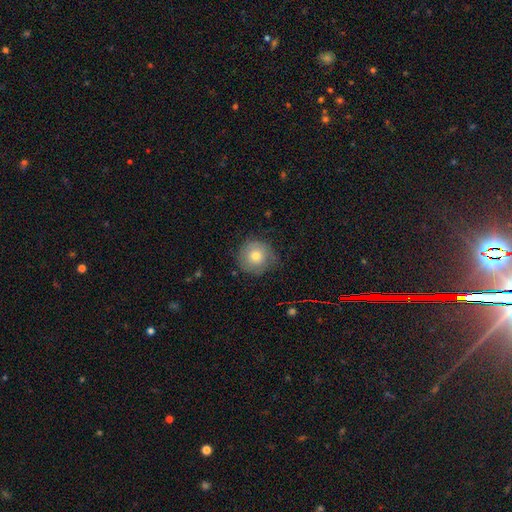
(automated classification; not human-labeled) This is likely a smooth galaxy (70%). How rounded: clearly round (94%). Merging: likely none (72%).